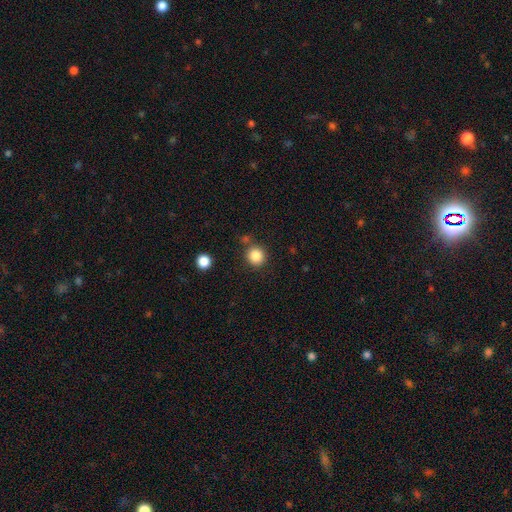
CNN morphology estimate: Smooth or featured? smooth (86%)
How rounded? round (91%)
Merging? none (82%)